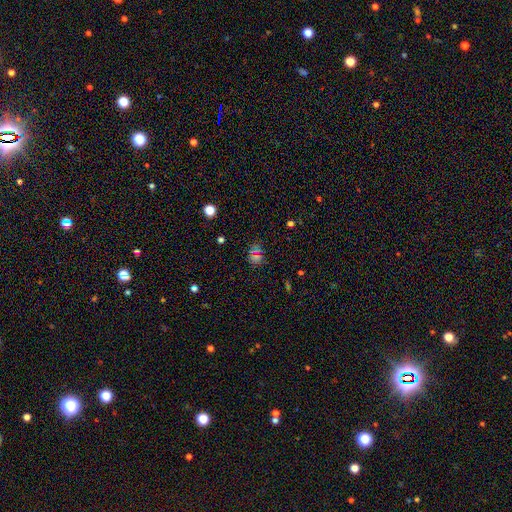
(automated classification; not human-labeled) Smooth or featured? Predicted: smooth (p=0.54). How rounded? Predicted: round (p=0.73). Merging? Predicted: none (p=0.82).